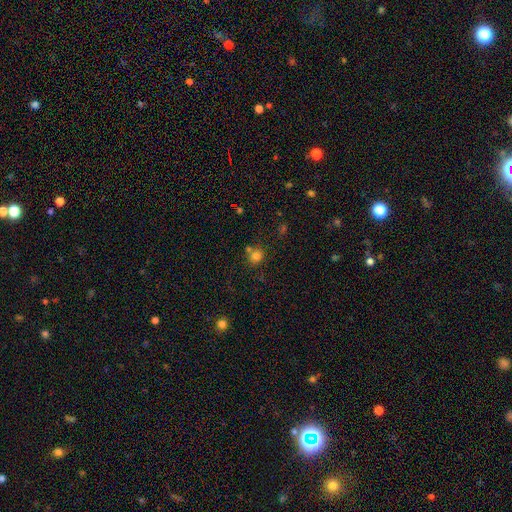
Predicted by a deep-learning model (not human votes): Smooth or featured? Predicted: smooth (p=0.77). How rounded? Predicted: round (p=0.83). Merging? Predicted: none (p=0.66).